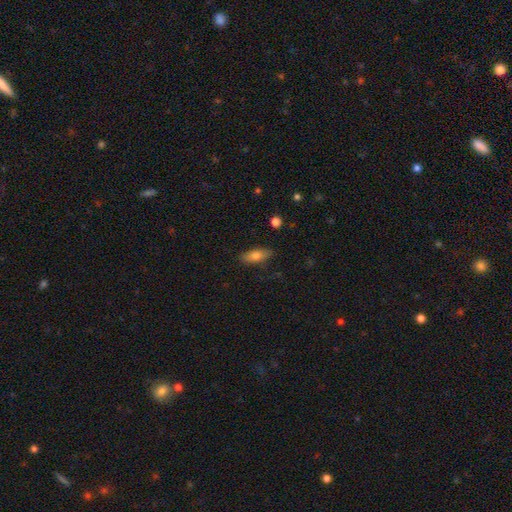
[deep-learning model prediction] This appears to be a smooth galaxy with no disk features (72%) that is in between round and cigar-shaped (70%). Merging: none (84%).